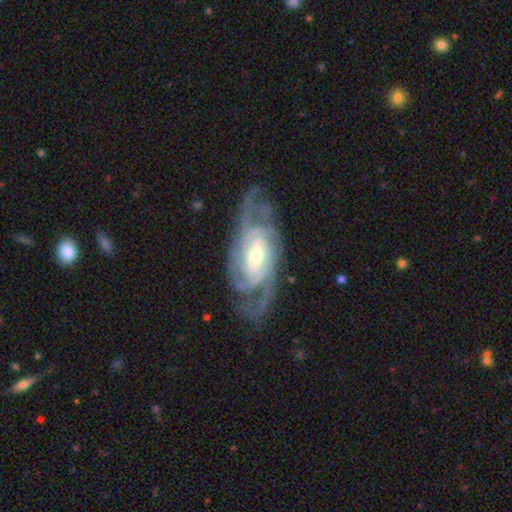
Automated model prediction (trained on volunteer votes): A featured or disk galaxy (91%) with no bar (50%), 3 (24%) tight (63%) spiral arms (98%) and a moderate central bulge (53%).

Vote fractions:
- Smooth or featured? featured or disk: 91% / smooth: 5% / star or artifact: 4%
- Edge-on disk? no: 95% / yes: 5%
- Bar? no: 50% / weak: 36% / strong: 14%
- Spiral arms? yes: 98% / no: 2%
- Spiral winding? tight: 63% / medium: 30% / loose: 7%
- Spiral arm count? 3: 24% / can't tell: 22% / 2: 21% / 4: 19% / more than 4: 8% / 1: 6%
- Bulge size? moderate: 53% / small: 41% / large: 4% / none: 1% / dominant: 1%
- Merging? none: 69% / minor disturbance: 18% / major disturbance: 11% / merger: 2%